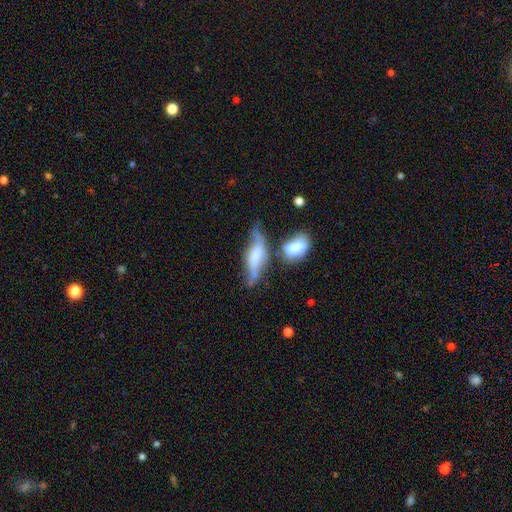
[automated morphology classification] A featured or disk galaxy (54%) viewed edge-on (61%). Merging: none (38%).